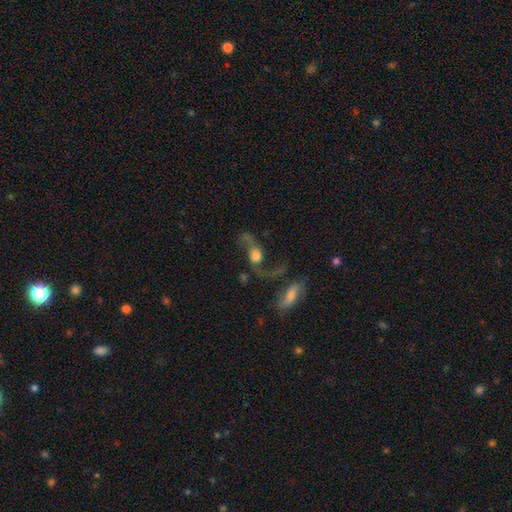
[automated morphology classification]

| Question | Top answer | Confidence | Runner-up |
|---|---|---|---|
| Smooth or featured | featured or disk | 76% | smooth (15%) |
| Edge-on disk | no | 91% | yes (9%) |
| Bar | no | 64% | weak (28%) |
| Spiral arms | yes | 92% | no (8%) |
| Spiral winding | loose | 85% | medium (12%) |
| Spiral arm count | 2 | 91% | 1 (5%) |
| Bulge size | large | 40% | moderate (33%) |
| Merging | none | 47% | major disturbance (21%) |